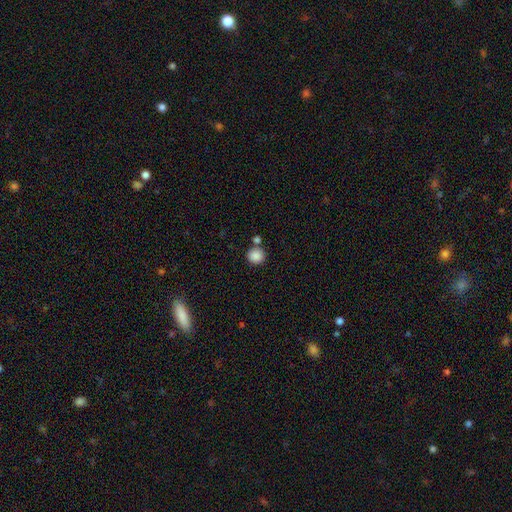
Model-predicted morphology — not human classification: type=smooth (87%); roundness=round (91%); merging=none (74%).